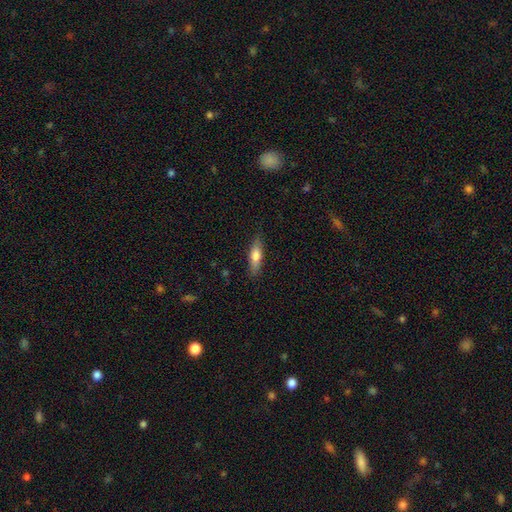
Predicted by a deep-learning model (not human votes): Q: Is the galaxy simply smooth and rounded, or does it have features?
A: smooth — 68%.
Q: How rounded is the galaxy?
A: cigar-shaped — 54%.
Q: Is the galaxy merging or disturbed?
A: none — 84%.